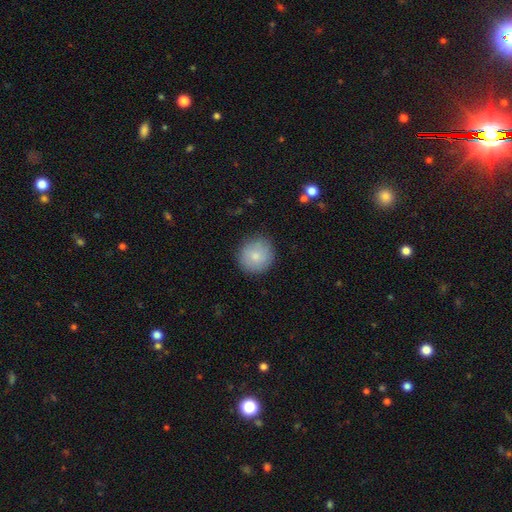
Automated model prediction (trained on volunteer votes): Morphology: type=smooth (81%); roundness=round (91%); merging=none (86%).